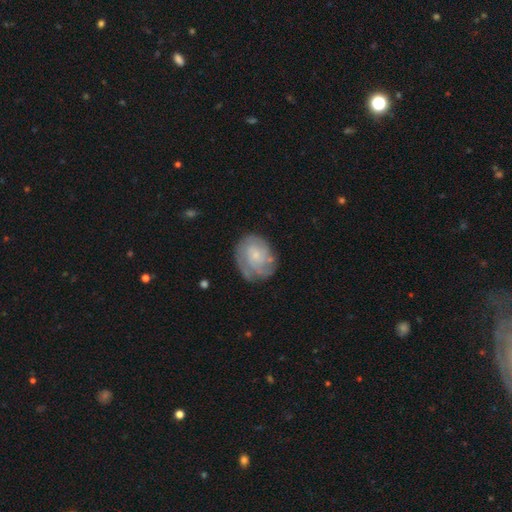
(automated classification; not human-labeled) Smooth or featured? Predicted: featured or disk (p=0.63). Edge-on disk? Predicted: no (p=0.98). Bar? Predicted: no (p=0.75). Spiral arms? Predicted: yes (p=0.84). Spiral winding? Predicted: tight (p=0.59). Spiral arm count? Predicted: can't tell (p=0.46). Bulge size? Predicted: small (p=0.67). Merging? Predicted: none (p=0.64).